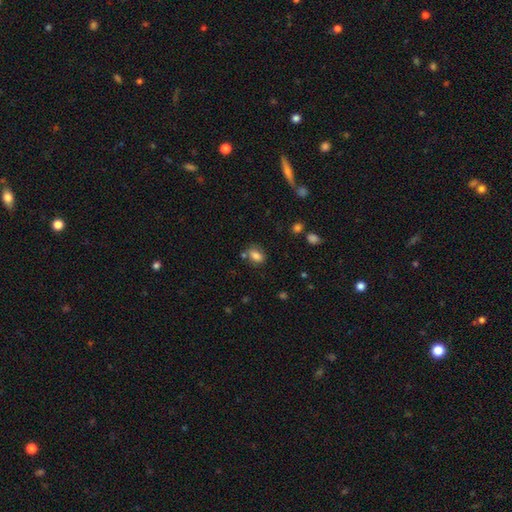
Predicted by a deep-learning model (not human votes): Q: Smooth or featured?
A: smooth (82%); runner-up: star or artifact (10%)
Q: How rounded?
A: in between (78%); runner-up: round (20%)
Q: Merging?
A: none (68%); runner-up: minor disturbance (16%)